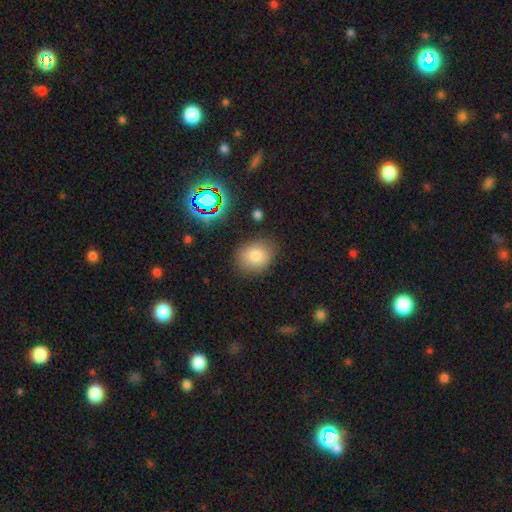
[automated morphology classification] A smooth galaxy with no disk features (79%) that is round (56%).

Vote fractions:
- Smooth or featured? smooth: 79% / star or artifact: 13% / featured or disk: 9%
- How rounded? round: 56% / in between: 43% / cigar-shaped: 1%
- Merging? none: 79% / minor disturbance: 14% / major disturbance: 4% / merger: 2%